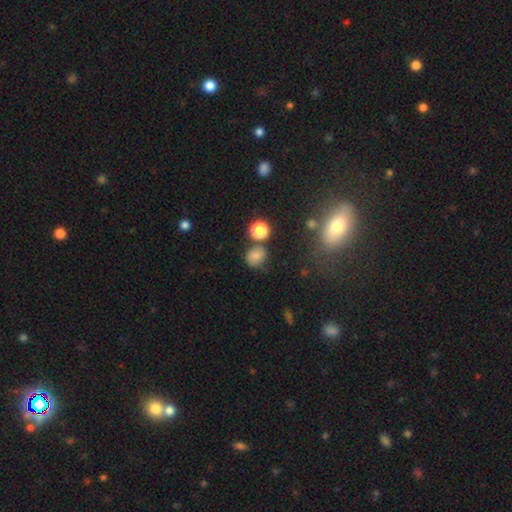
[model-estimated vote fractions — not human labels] This is likely a smooth galaxy (74%). How rounded: likely round (69%). Merging: likely none (66%).